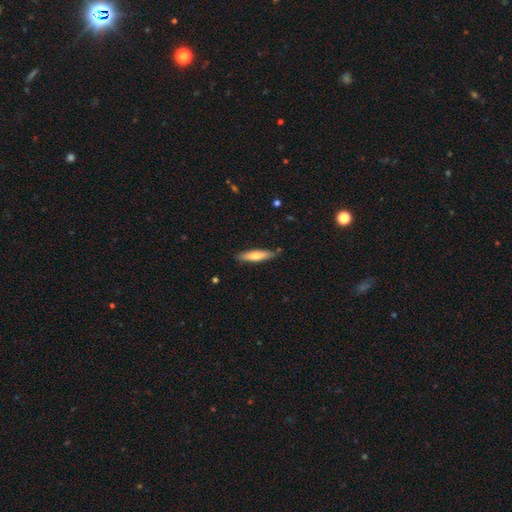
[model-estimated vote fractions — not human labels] The model was most divided on "smooth or featured": smooth: 66%, featured or disk: 28%, star or artifact: 5%. More confident: merging — none (85%); how rounded — cigar-shaped (78%).